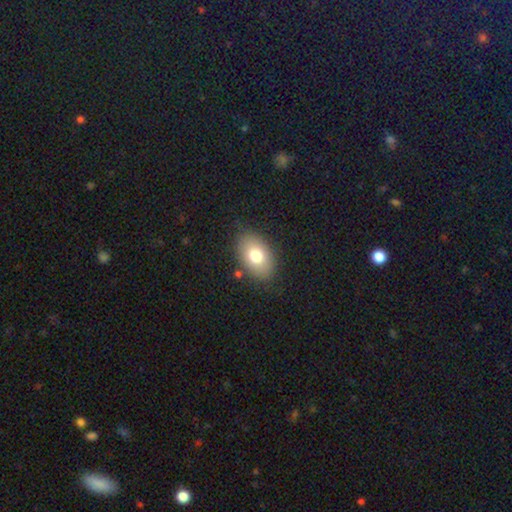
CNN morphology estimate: This appears to be a smooth galaxy with no disk features (75%) that is in between round and cigar-shaped (86%). Merging: none (82%).